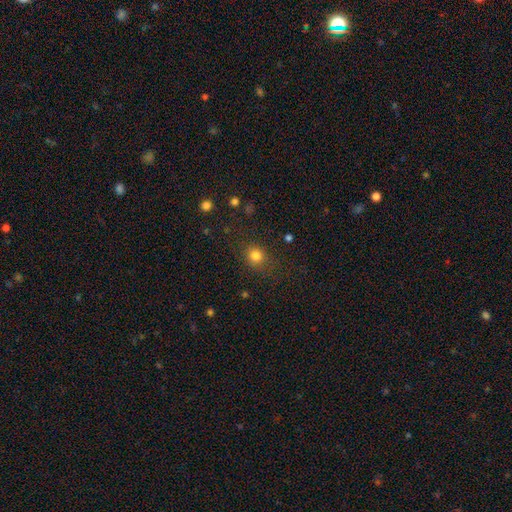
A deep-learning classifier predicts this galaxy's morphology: Q: Smooth or featured?
A: smooth (81%); runner-up: star or artifact (13%)
Q: How rounded?
A: round (81%); runner-up: in between (18%)
Q: Merging?
A: none (81%); runner-up: minor disturbance (11%)